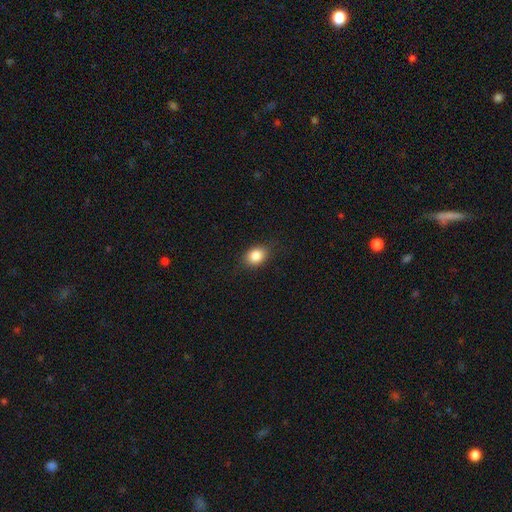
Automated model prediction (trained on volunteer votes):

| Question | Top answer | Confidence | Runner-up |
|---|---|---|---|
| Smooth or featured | smooth | 85% | star or artifact (9%) |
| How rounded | in between | 70% | round (29%) |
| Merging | none | 84% | minor disturbance (12%) |